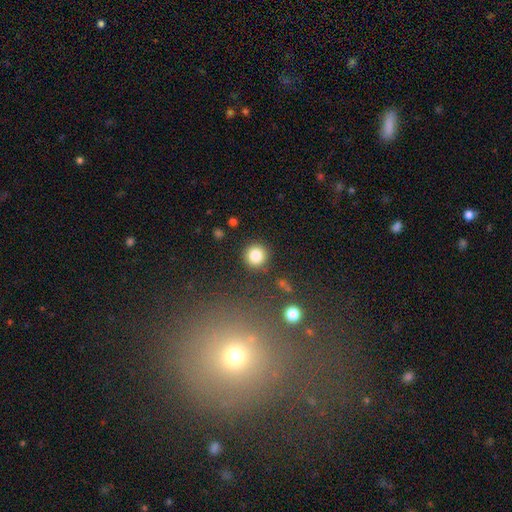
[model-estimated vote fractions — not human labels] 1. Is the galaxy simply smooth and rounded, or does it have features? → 84% smooth, 11% star or artifact, 5% featured or disk.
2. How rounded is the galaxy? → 93% round, 6% in between, 1% cigar-shaped.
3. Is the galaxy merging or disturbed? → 88% none, 7% minor disturbance, 3% major disturbance, 3% merger.